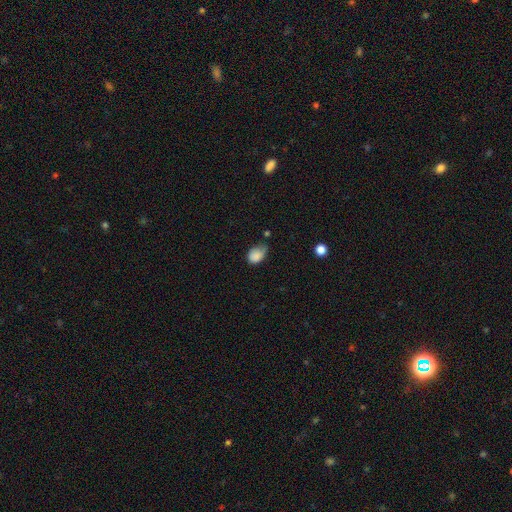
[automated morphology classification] Smooth or featured?
  - smooth: 84% *
  - star or artifact: 9%
  - featured or disk: 7%
How rounded?
  - in between: 72% *
  - round: 27%
  - cigar-shaped: 1%
Merging?
  - minor disturbance: 43% *
  - none: 38%
  - major disturbance: 14%
  - merger: 5%